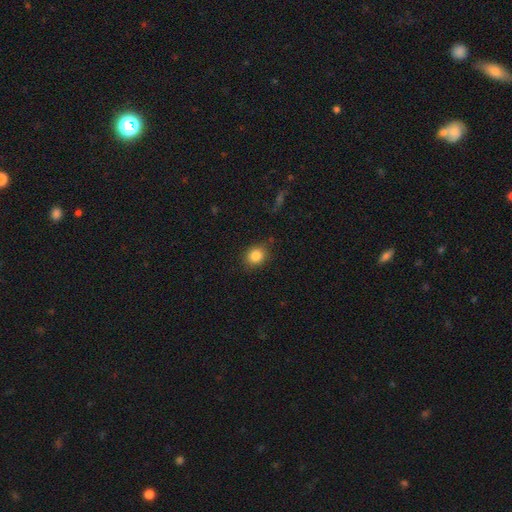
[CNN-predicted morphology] smooth_or_featured: smooth (p=0.85) [alt: star or artifact p=0.10]
how_rounded: round (p=0.64) [alt: in between p=0.35]
merging: none (p=0.82) [alt: minor disturbance p=0.13]